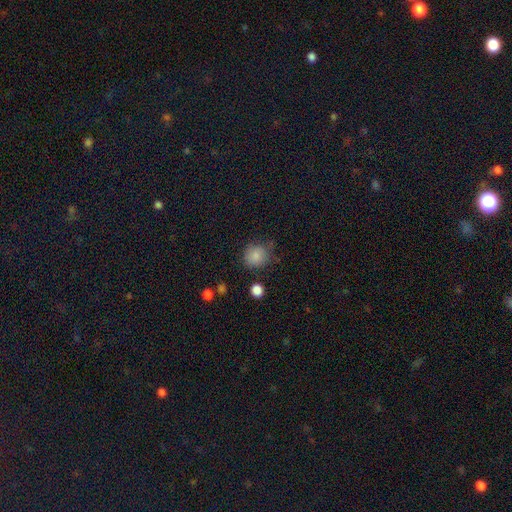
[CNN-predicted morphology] A smooth galaxy with no disk features (85%) that is round (78%). Merging: none (71%).